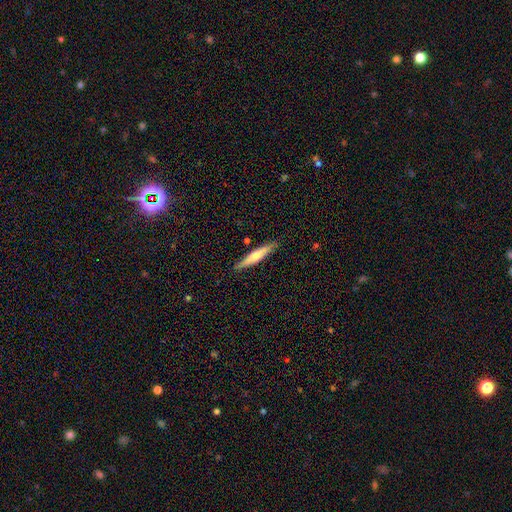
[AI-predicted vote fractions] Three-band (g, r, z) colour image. It shows a smooth galaxy with no disk features (48%). Merging: none (89%).